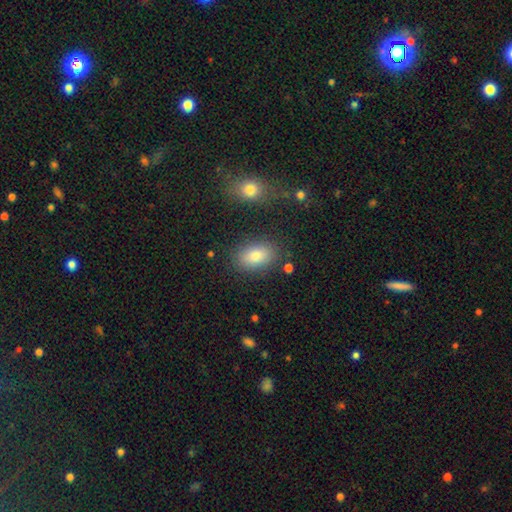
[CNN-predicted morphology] Smooth or featured? Predicted: smooth (p=0.83). How rounded? Predicted: in between (p=0.90). Merging? Predicted: none (p=0.82).